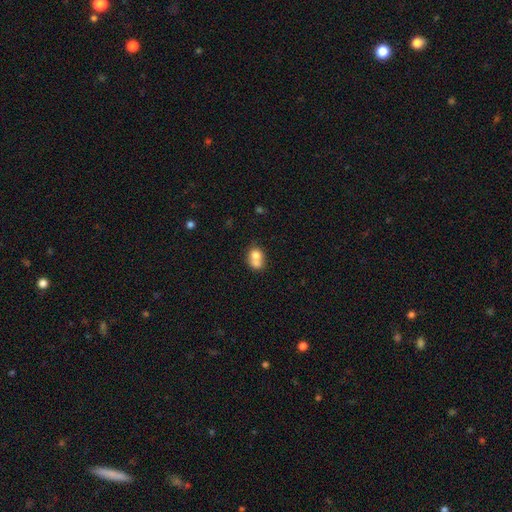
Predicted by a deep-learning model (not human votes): This is likely a smooth galaxy (71%). How rounded: possibly round (56%). Merging: likely merger (60%).